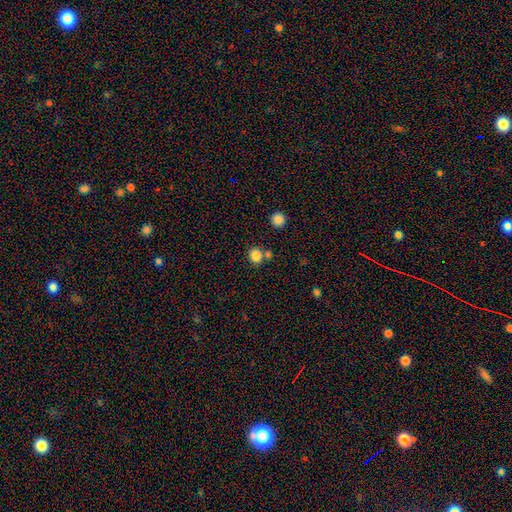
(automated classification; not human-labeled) smooth_or_featured: smooth (p=0.83) [alt: star or artifact p=0.12]
how_rounded: round (p=0.76) [alt: in between p=0.23]
merging: none (p=0.70) [alt: merger p=0.17]